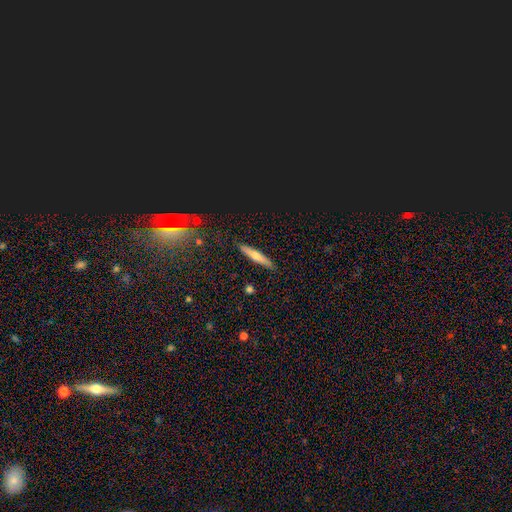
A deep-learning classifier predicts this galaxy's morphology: type=smooth (55%); roundness=cigar-shaped (90%); merging=none (90%).